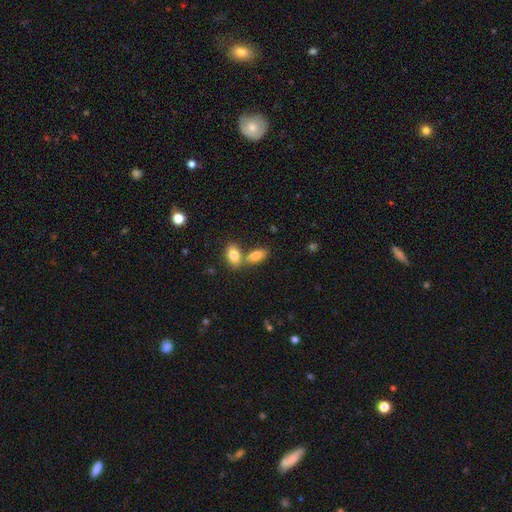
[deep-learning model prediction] This is clearly a smooth galaxy (83%). How rounded: clearly in between (89%). Merging: marginally none (45%).